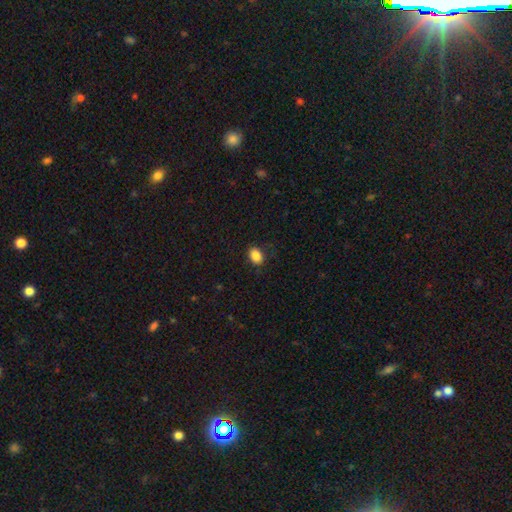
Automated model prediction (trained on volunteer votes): Smooth or featured? Predicted: smooth (p=0.88). How rounded? Predicted: in between (p=0.81). Merging? Predicted: none (p=0.85).